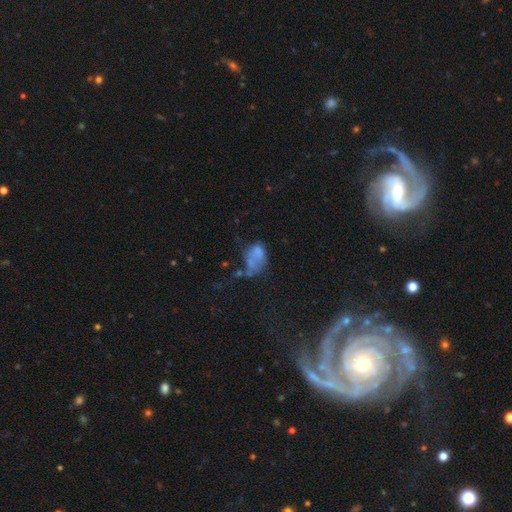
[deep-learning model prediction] This is possibly a smooth galaxy (60%). How rounded: clearly in between (83%). Merging: marginally major disturbance (29%).